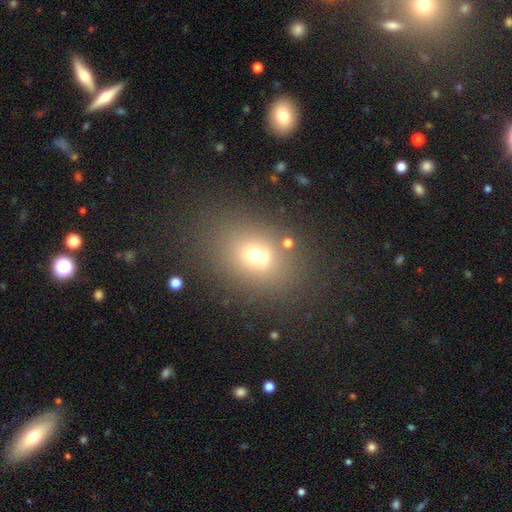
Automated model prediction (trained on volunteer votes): Smooth or featured? smooth (63%)
How rounded? in between (54%)
Merging? none (63%)